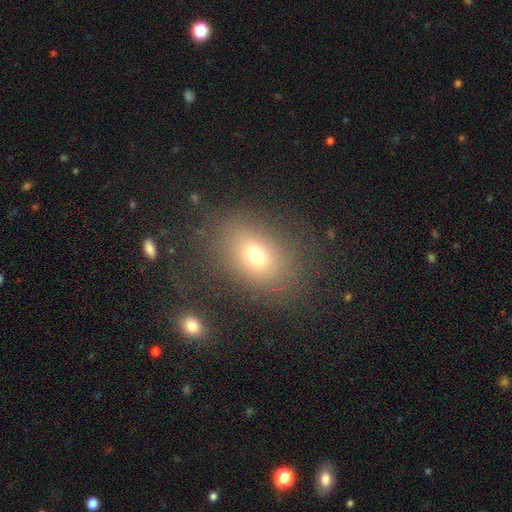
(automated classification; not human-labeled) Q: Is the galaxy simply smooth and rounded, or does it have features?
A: smooth — 70%.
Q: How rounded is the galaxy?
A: in between — 68%.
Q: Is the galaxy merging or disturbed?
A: none — 77%.